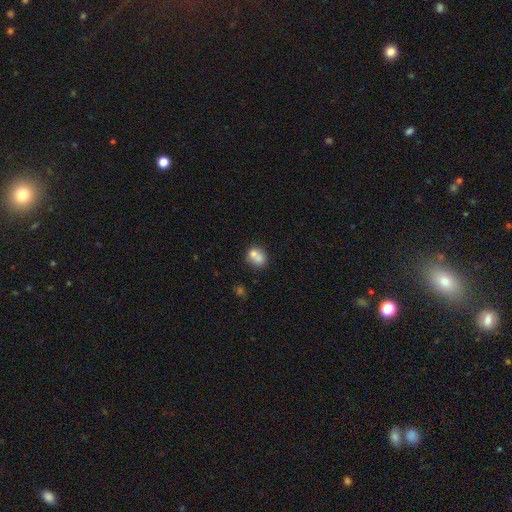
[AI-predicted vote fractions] A smooth galaxy with no disk features (72%) that is round (62%).

Vote fractions:
- Smooth or featured? smooth: 72% / featured or disk: 18% / star or artifact: 10%
- How rounded? round: 62% / in between: 37% / cigar-shaped: 1%
- Merging? merger: 48% / none: 37% / minor disturbance: 11% / major disturbance: 4%